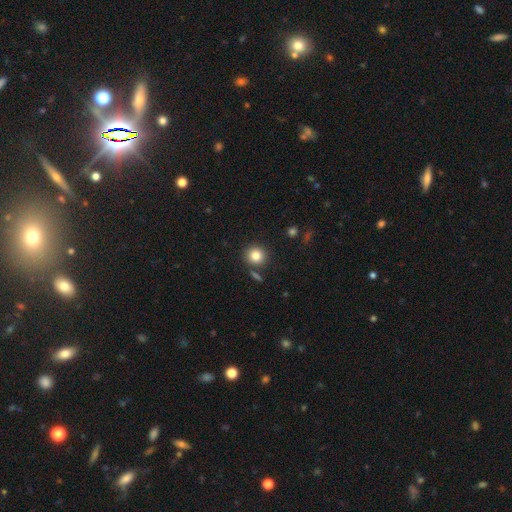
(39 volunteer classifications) Smooth or featured: smooth — 79% (featured or disk — 13%)
How rounded: round — 81% (in between — 19%)
Merging: none — 92% (minor disturbance — 6%)